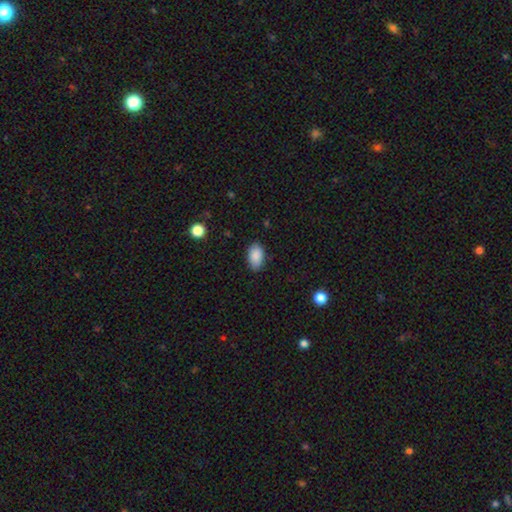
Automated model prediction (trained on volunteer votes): Smooth or featured?
  - smooth: 89% *
  - star or artifact: 7%
  - featured or disk: 4%
How rounded?
  - in between: 93% *
  - round: 6%
  - cigar-shaped: 1%
Merging?
  - none: 83% *
  - minor disturbance: 13%
  - major disturbance: 3%
  - merger: 1%